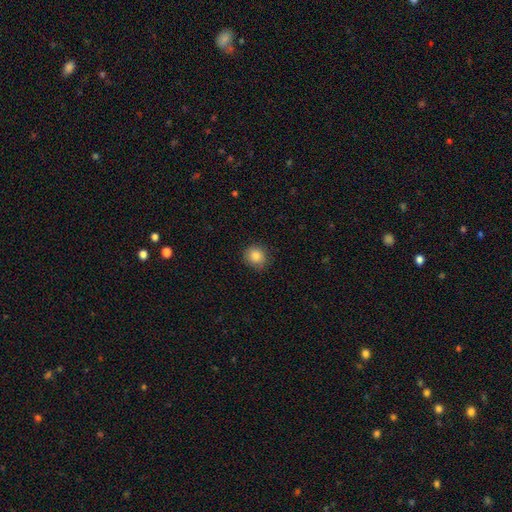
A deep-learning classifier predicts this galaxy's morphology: Smooth or featured? smooth (86%)
How rounded? round (87%)
Merging? none (86%)